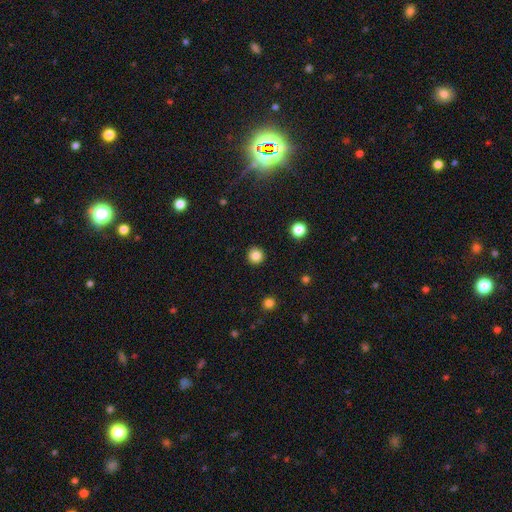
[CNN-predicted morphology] The model was most divided on "smooth or featured": smooth: 84%, star or artifact: 12%, featured or disk: 4%. More confident: how rounded — round (95%); merging — none (93%).